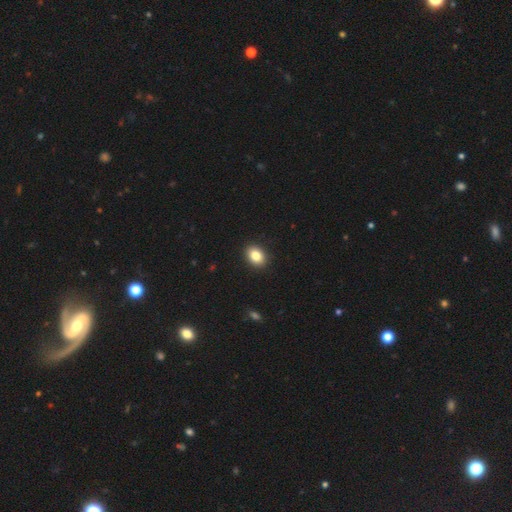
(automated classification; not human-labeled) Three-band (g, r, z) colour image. It shows a smooth galaxy with no disk features (84%) that is in between round and cigar-shaped (70%). Merging: none (91%).